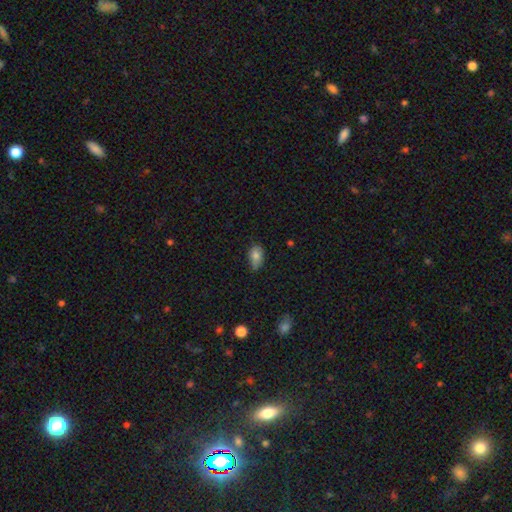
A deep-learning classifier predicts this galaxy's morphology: Smooth or featured: smooth — 78% (featured or disk — 14%)
How rounded: in between — 89% (round — 9%)
Merging: none — 52% (minor disturbance — 39%)